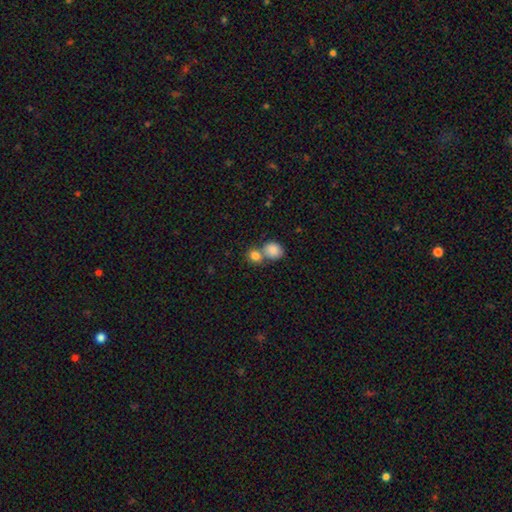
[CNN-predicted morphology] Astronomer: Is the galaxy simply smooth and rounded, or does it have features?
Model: smooth — 84%.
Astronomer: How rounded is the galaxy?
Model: round — 75%.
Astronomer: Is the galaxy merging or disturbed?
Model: merger — 49% (runner-up: none, 42%).